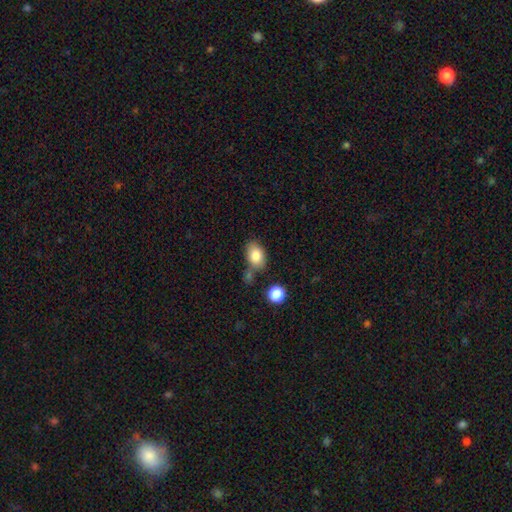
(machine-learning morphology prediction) A smooth galaxy with no disk features (83%) that is in between round and cigar-shaped (83%).

Vote fractions:
- Smooth or featured? smooth: 83% / featured or disk: 9% / star or artifact: 8%
- How rounded? in between: 83% / round: 15% / cigar-shaped: 1%
- Merging? none: 63% / minor disturbance: 17% / merger: 15% / major disturbance: 5%